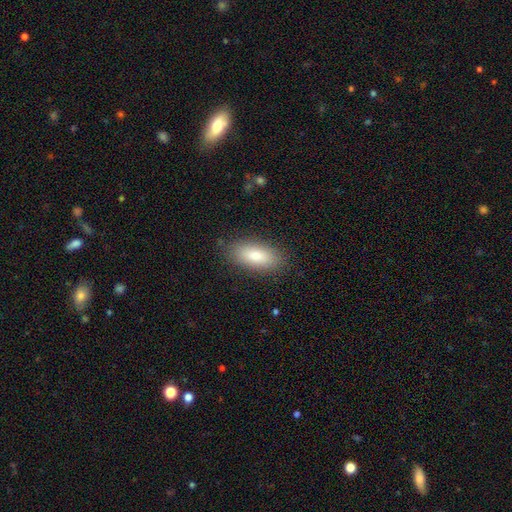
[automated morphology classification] The model was most divided on "smooth or featured": smooth: 81%, featured or disk: 12%, star or artifact: 7%. More confident: how rounded — in between (86%); merging — none (85%).